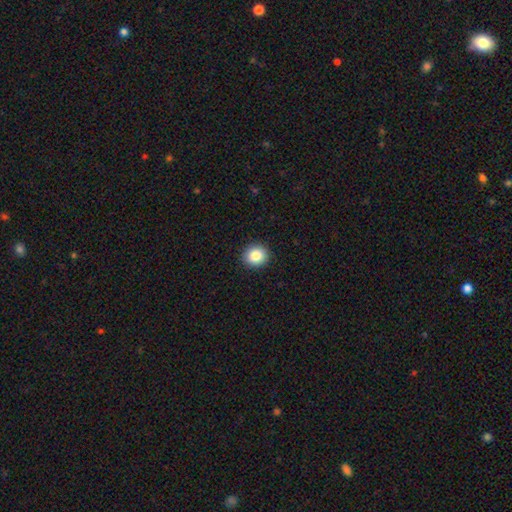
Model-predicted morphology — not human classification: This is clearly a smooth galaxy (86%). How rounded: clearly round (86%). Merging: clearly none (92%).